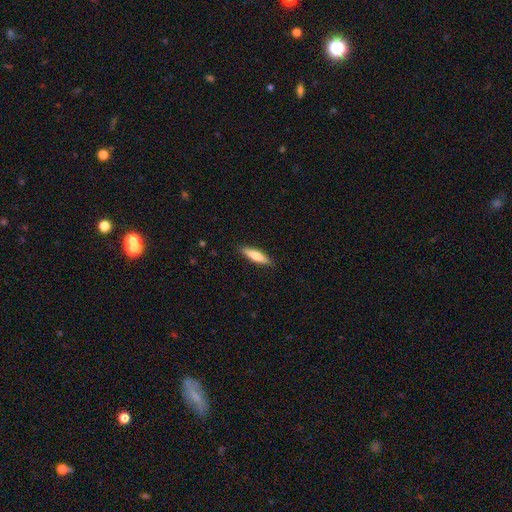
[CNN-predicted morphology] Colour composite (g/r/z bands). It shows a smooth galaxy with no disk features (74%) that is cigar-shaped (73%). Merging: none (88%).